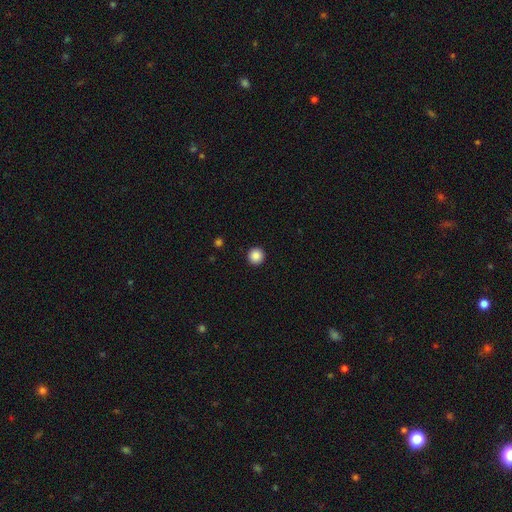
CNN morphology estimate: The model was most divided on "smooth or featured": smooth: 88%, star or artifact: 9%, featured or disk: 3%. More confident: how rounded — round (96%); merging — none (94%).